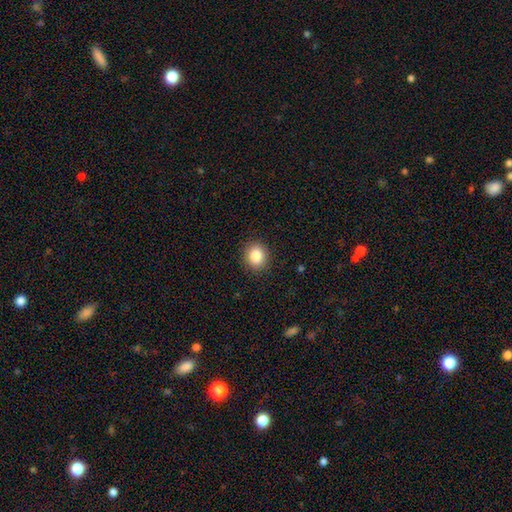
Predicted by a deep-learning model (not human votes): A smooth galaxy with no disk features (86%) that is round (71%). Merging: none (89%).